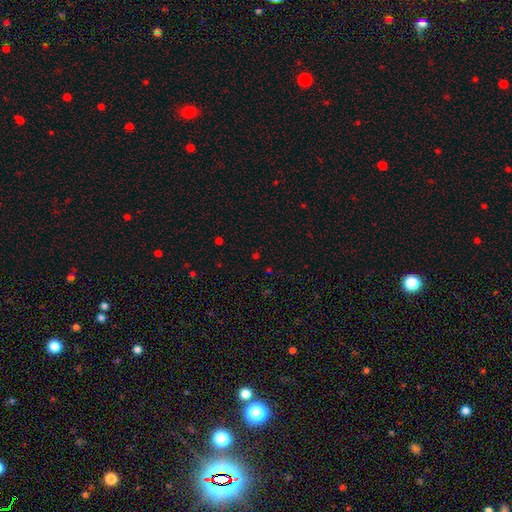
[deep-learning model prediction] Smooth or featured?
  - star or artifact: 56% *
  - smooth: 37%
  - featured or disk: 7%